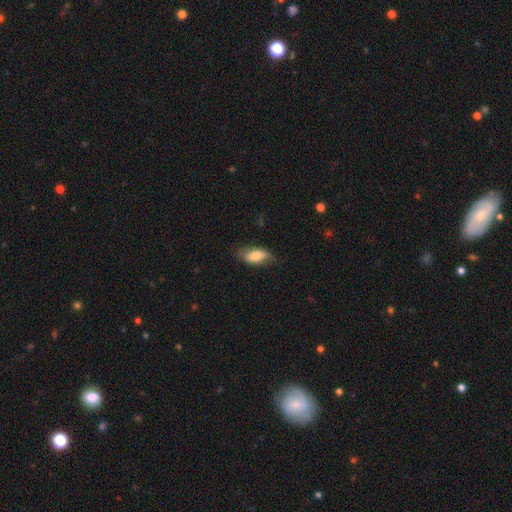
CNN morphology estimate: smooth-or-featured: smooth: 72% | featured or disk: 21% | star or artifact: 7%
  how-rounded: in between: 87% | cigar-shaped: 9% | round: 4%
  merging: none: 70% | minor disturbance: 23% | major disturbance: 6% | merger: 1%